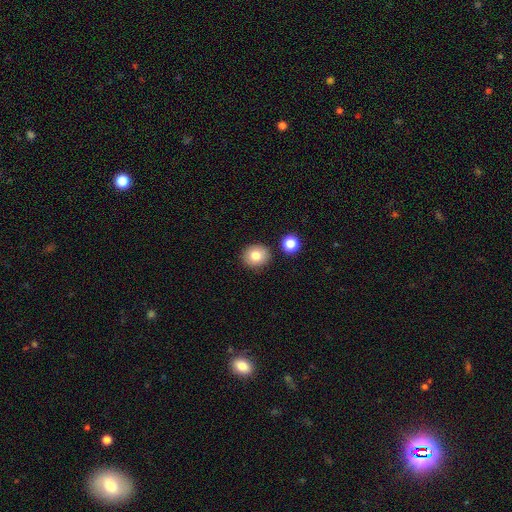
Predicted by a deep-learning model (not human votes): The model was most divided on "how rounded": round: 81%, in between: 18%, cigar-shaped: 1%. More confident: merging — none (86%); smooth or featured — smooth (80%).